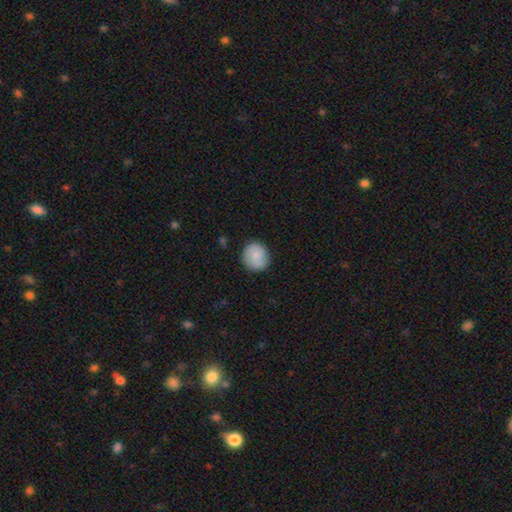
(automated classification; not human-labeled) A smooth galaxy with no disk features (84%) that is round (84%). Merging: none (83%).